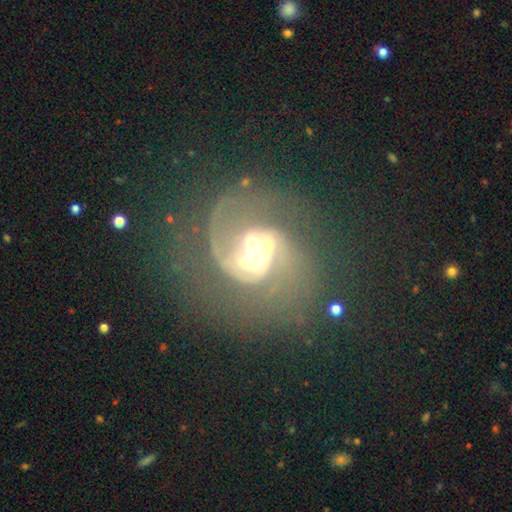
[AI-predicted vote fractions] Smooth or featured? Predicted: featured or disk (p=0.82). Edge-on disk? Predicted: no (p=0.98). Bar? Predicted: weak (p=0.43). Spiral arms? Predicted: yes (p=0.92). Spiral winding? Predicted: medium (p=0.50). Spiral arm count? Predicted: 2 (p=0.65). Bulge size? Predicted: moderate (p=0.57). Merging? Predicted: none (p=0.35).